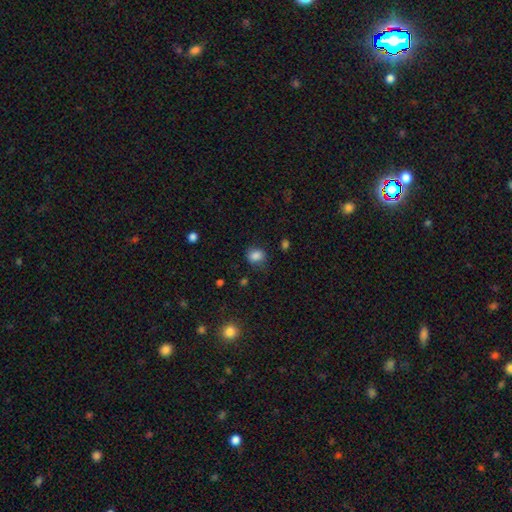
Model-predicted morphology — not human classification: Q: Smooth or featured?
A: smooth (84%); runner-up: star or artifact (11%)
Q: How rounded?
A: round (57%); runner-up: in between (42%)
Q: Merging?
A: none (72%); runner-up: minor disturbance (20%)